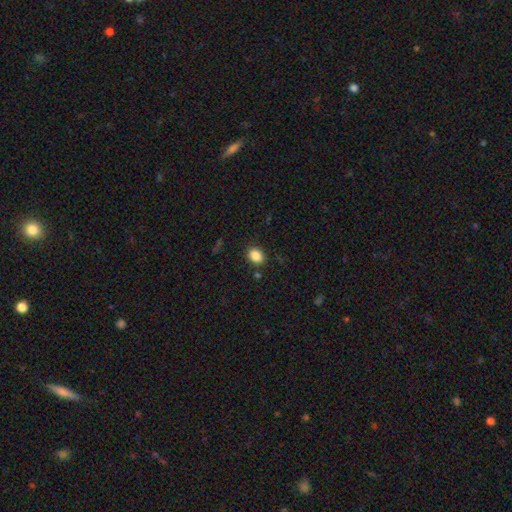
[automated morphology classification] Overall: smooth (86%). How rounded: in between (54%; round 45%). Merging: none (86%).